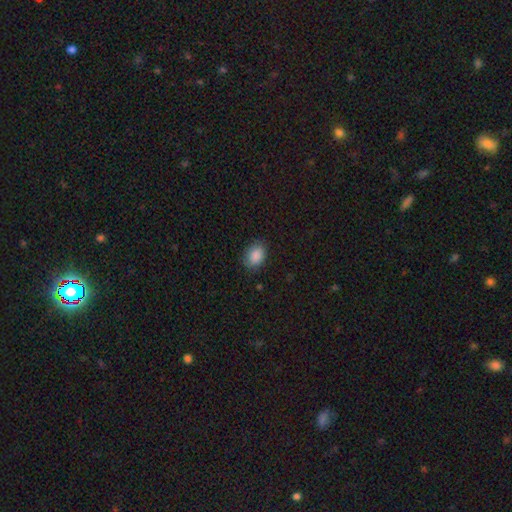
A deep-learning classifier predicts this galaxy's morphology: A smooth galaxy with no disk features (88%) that is in between round and cigar-shaped (76%). Merging: none (81%).